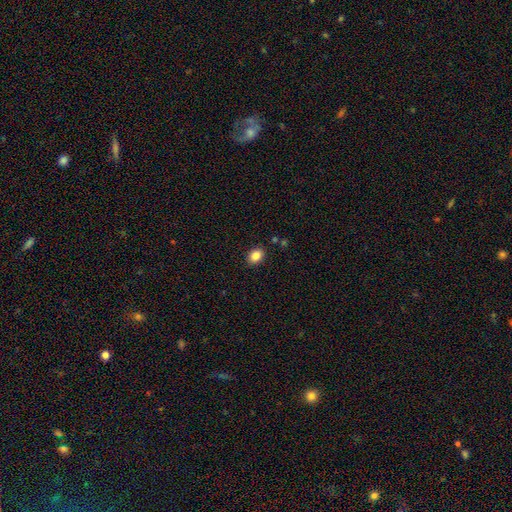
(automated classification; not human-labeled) A smooth galaxy with no disk features (85%) that is in between round and cigar-shaped (67%). Merging: none (88%).